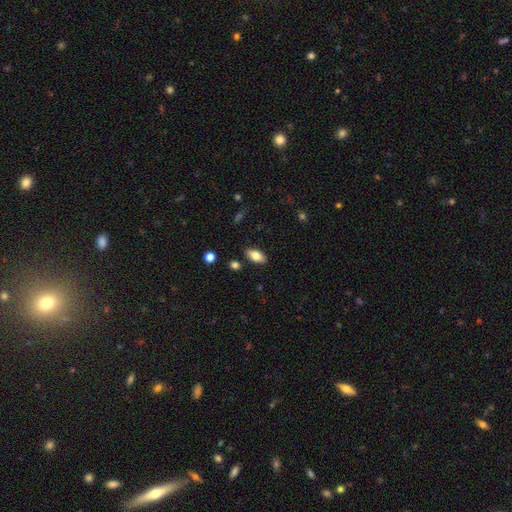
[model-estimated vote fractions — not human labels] Morphology: type=smooth (80%); roundness=in between (91%); merging=none (87%).